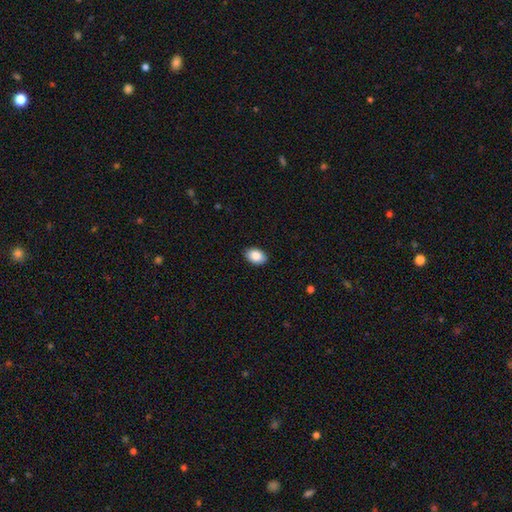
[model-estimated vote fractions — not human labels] Overall: smooth (87%). How rounded: in between (85%). Merging: none (89%).